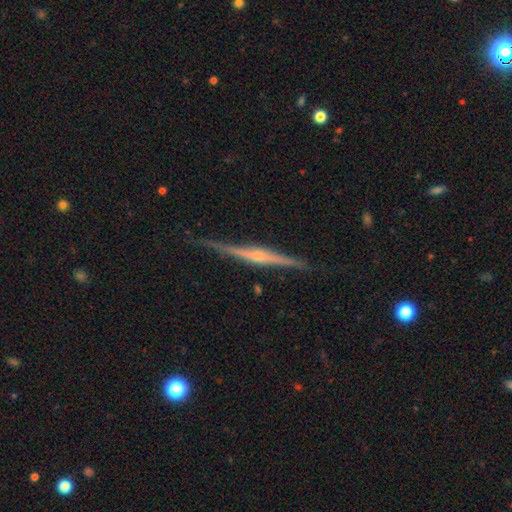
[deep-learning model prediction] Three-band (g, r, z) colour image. It shows a featured or disk galaxy (82%) viewed edge-on (98%) with a rounded central bulge (77%). Merging: none (85%).